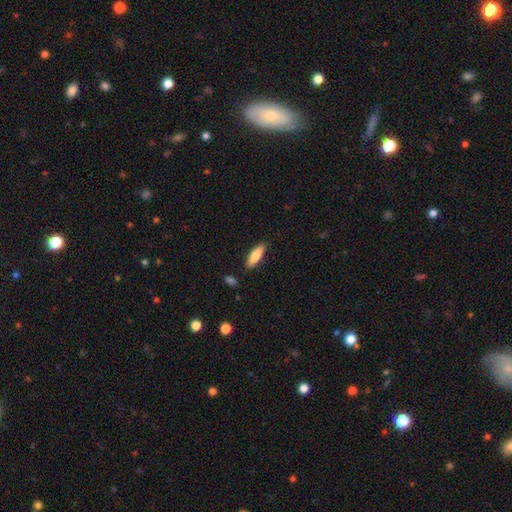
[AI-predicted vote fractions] A smooth galaxy with no disk features (74%) that is cigar-shaped (51%). Merging: none (86%).